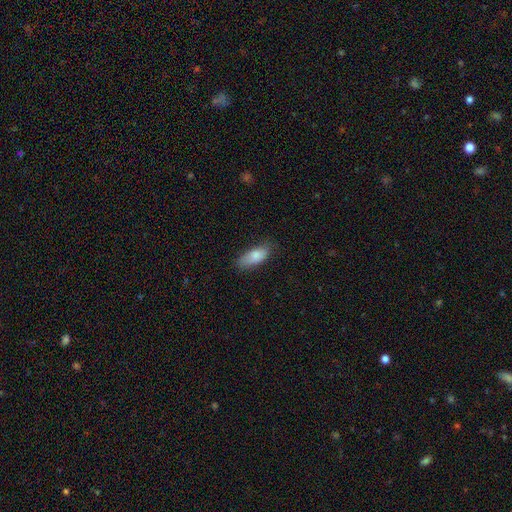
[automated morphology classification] Smooth or featured? smooth (83%)
How rounded? in between (81%)
Merging? none (70%)